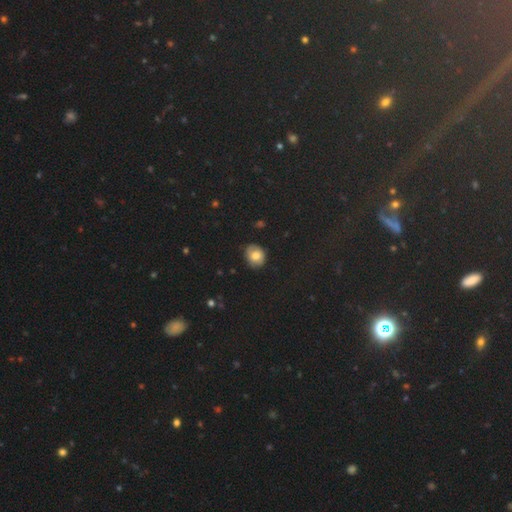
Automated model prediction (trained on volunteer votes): Overall: smooth (76%). How rounded: round (61%; in between 38%). Merging: none (79%).